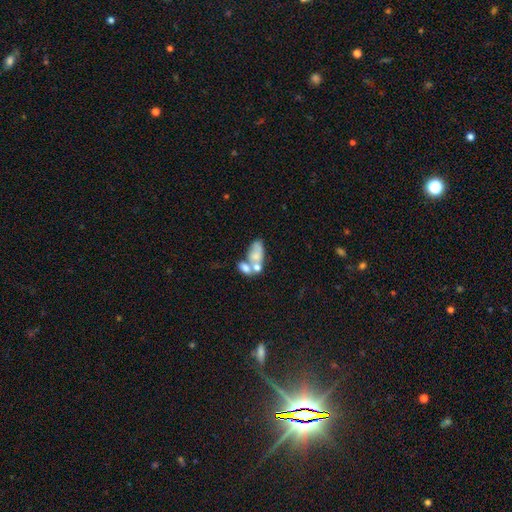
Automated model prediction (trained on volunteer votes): Smooth or featured? smooth (56%)
How rounded? in between (87%)
Merging? merger (60%)